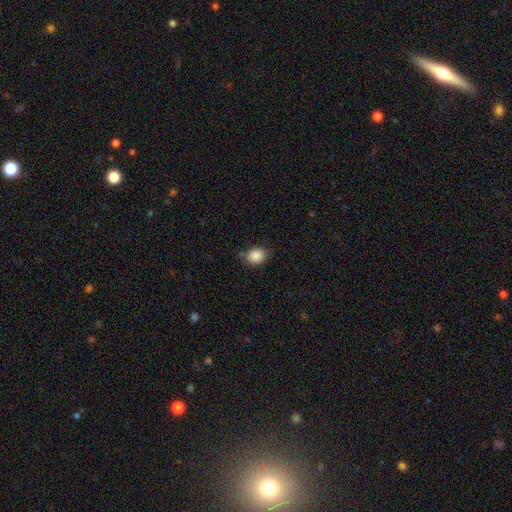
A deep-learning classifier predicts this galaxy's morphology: Smooth or featured: smooth — 87% (star or artifact — 9%)
How rounded: round — 50% (in between — 49%)
Merging: none — 75% (minor disturbance — 19%)